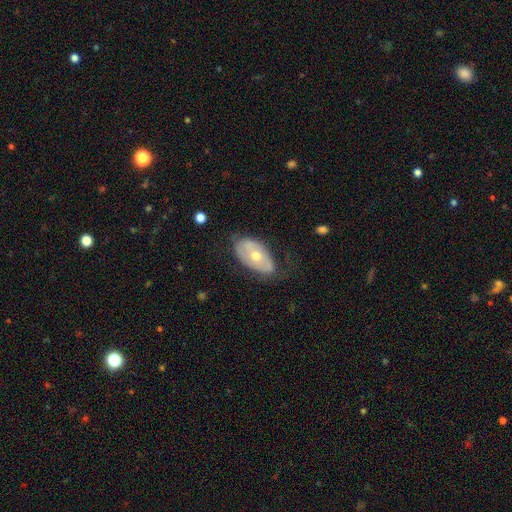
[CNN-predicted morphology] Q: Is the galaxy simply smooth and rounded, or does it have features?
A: featured or disk — 55%.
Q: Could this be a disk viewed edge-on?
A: no — 88%.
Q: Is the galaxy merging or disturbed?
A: none — 63%.